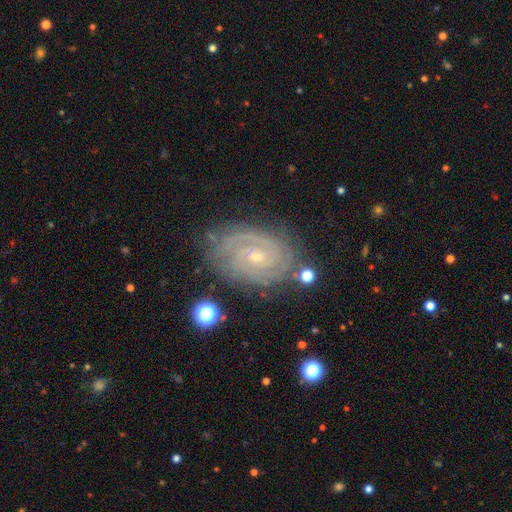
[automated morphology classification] smooth-or-featured: featured or disk: 88% | star or artifact: 7% | smooth: 5%
  disk-edge-on: no: 97% | yes: 3%
    bar: no: 57% | weak: 33% | strong: 10%
    has-spiral-arms: yes: 98% | no: 2%
      spiral-winding: tight: 79% | medium: 18% | loose: 3%
      spiral-arm-count: 2: 49% | 3: 19% | can't tell: 16% | 4: 8% | more than 4: 5% | 1: 4%
    bulge-size: small: 76% | moderate: 20% | none: 2% | large: 1% | dominant: 1%
  merging: none: 78% | minor disturbance: 16% | major disturbance: 4% | merger: 2%